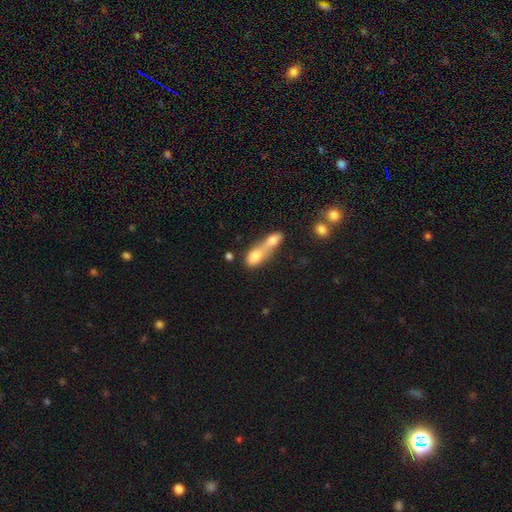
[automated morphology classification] Overall: smooth (71%). How rounded: in between (64%). Merging: merger (78%).